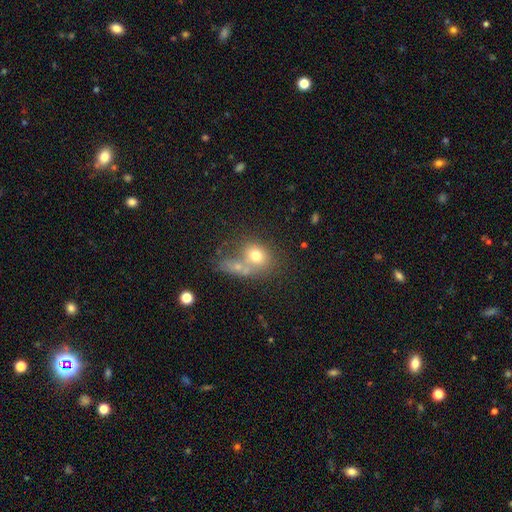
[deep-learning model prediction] smooth 68%, featured or disk 19%, star or artifact 12%. Down the decision tree: how rounded — round (63%); merging — merger (49%).